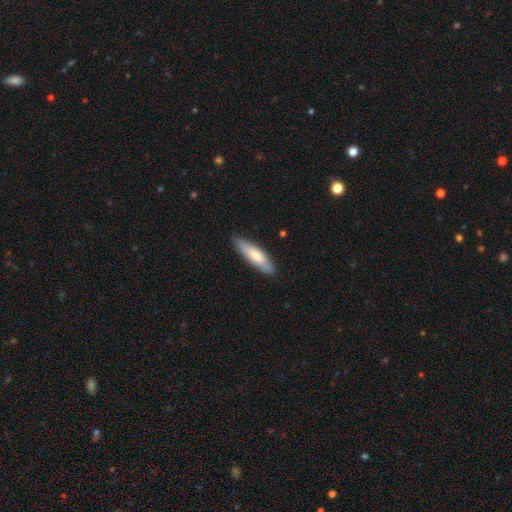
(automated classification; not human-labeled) Smooth or featured: smooth — 72% (featured or disk — 23%)
How rounded: cigar-shaped — 64% (in between — 35%)
Merging: none — 85% (minor disturbance — 12%)